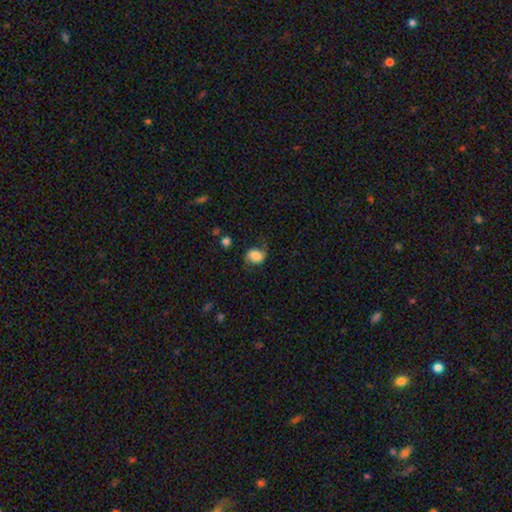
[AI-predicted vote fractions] Morphology: type=smooth (69%); roundness=in between (56%); merging=none (60%).